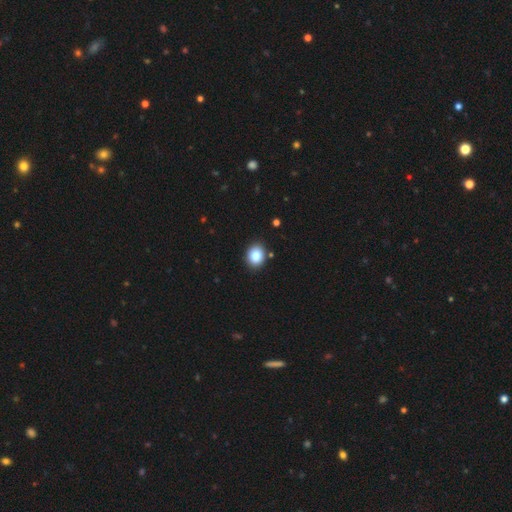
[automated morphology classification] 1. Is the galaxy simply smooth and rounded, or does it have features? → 84% smooth, 10% star or artifact, 7% featured or disk.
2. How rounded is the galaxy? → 58% round, 41% in between, 1% cigar-shaped.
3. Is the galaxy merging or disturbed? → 88% none, 8% minor disturbance, 2% merger, 2% major disturbance.